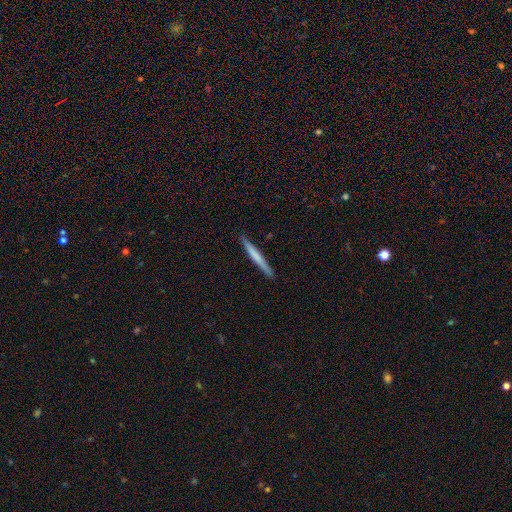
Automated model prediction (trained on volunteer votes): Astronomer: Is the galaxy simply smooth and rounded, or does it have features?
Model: smooth — 61%.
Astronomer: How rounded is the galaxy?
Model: cigar-shaped — 97%.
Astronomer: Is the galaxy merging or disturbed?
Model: none — 91%.